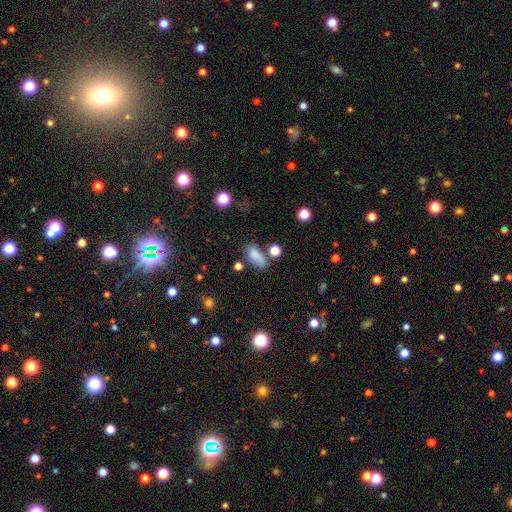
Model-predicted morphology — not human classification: Smooth or featured? smooth (78%)
How rounded? in between (86%)
Merging? none (52%)